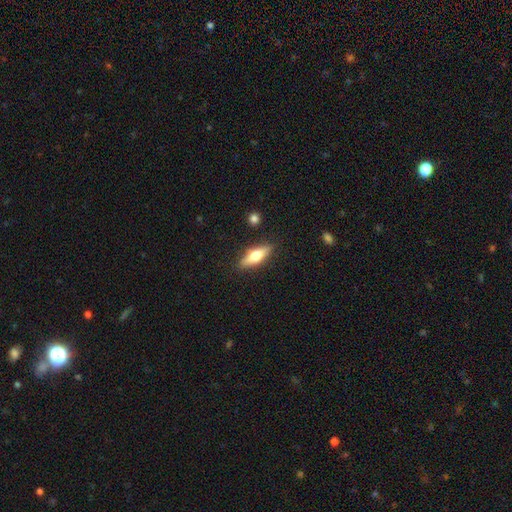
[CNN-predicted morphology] Q: Smooth or featured?
A: smooth (53%); runner-up: featured or disk (40%)
Q: How rounded?
A: cigar-shaped (53%); runner-up: in between (44%)
Q: Merging?
A: none (87%); runner-up: minor disturbance (9%)